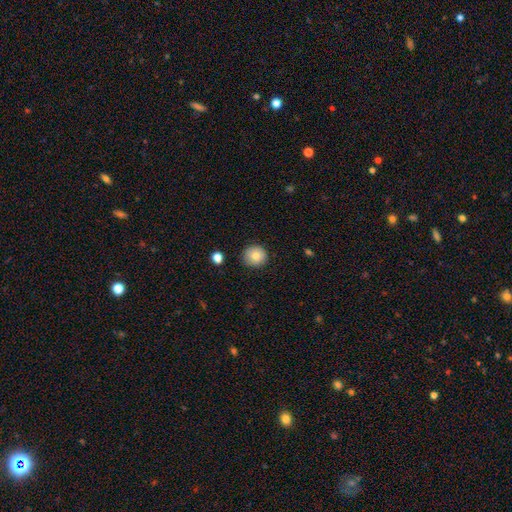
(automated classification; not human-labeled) smooth-or-featured: smooth: 81% | featured or disk: 10% | star or artifact: 9%
  how-rounded: round: 93% | in between: 6% | cigar-shaped: 1%
  merging: none: 88% | minor disturbance: 8% | major disturbance: 2% | merger: 1%